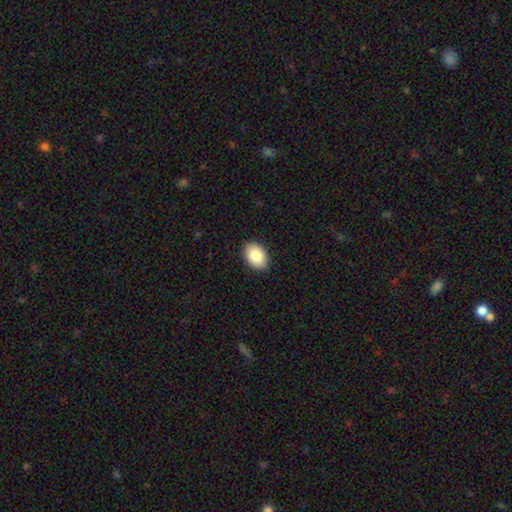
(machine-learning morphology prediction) The model was most divided on "how rounded": in between: 84%, round: 15%, cigar-shaped: 1%. More confident: merging — none (90%); smooth or featured — smooth (87%).